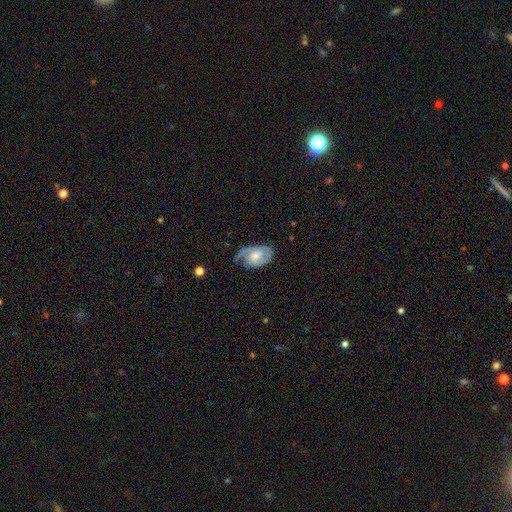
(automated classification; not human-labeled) Smooth or featured?
  - featured or disk: 74% *
  - smooth: 21%
  - star or artifact: 6%
Edge-on disk?
  - no: 96% *
  - yes: 4%
Bar?
  - no: 53% *
  - weak: 39%
  - strong: 8%
Spiral arms?
  - yes: 92% *
  - no: 8%
Spiral winding?
  - medium: 44% *
  - tight: 39%
  - loose: 16%
Spiral arm count?
  - 2: 70% *
  - 1: 14%
  - can't tell: 11%
  - 3: 3%
  - 4: 1%
  - more than 4: 1%
Bulge size?
  - moderate: 46% *
  - small: 36%
  - large: 9%
  - none: 8%
  - dominant: 1%
Merging?
  - none: 55% *
  - minor disturbance: 29%
  - major disturbance: 14%
  - merger: 2%